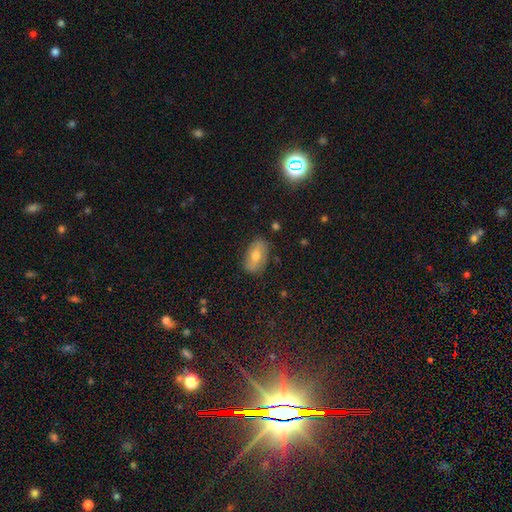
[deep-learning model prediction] smooth-or-featured: smooth: 68% | featured or disk: 25% | star or artifact: 7%
  how-rounded: in between: 91% | round: 6% | cigar-shaped: 2%
  merging: none: 80% | minor disturbance: 15% | major disturbance: 3% | merger: 2%